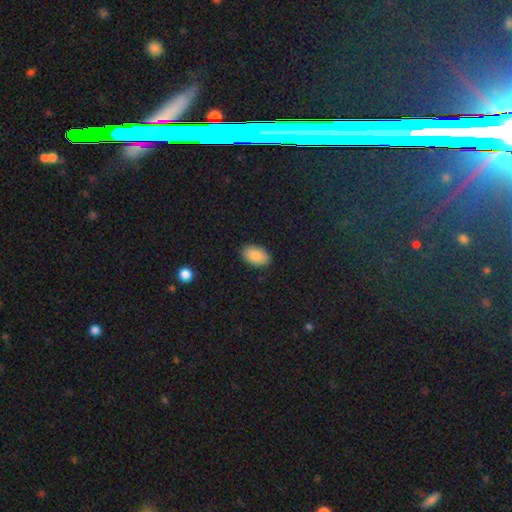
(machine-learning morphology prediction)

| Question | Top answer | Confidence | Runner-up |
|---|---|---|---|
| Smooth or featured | smooth | 87% | star or artifact (7%) |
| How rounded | in between | 93% | round (6%) |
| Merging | none | 88% | minor disturbance (9%) |